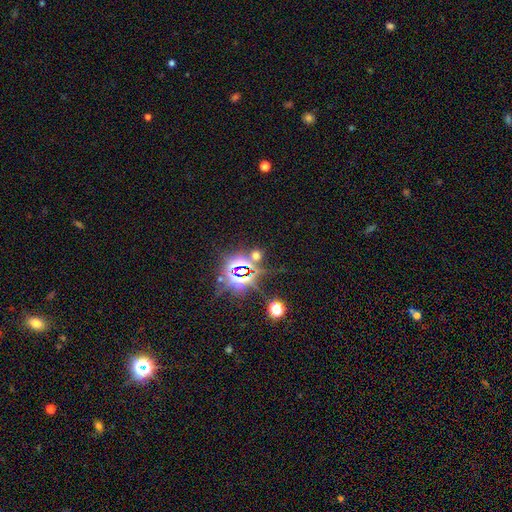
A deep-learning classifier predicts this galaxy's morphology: A star or artifact, not a galaxy (65%).

Vote fractions:
- Smooth or featured? star or artifact: 65% / smooth: 27% / featured or disk: 8%